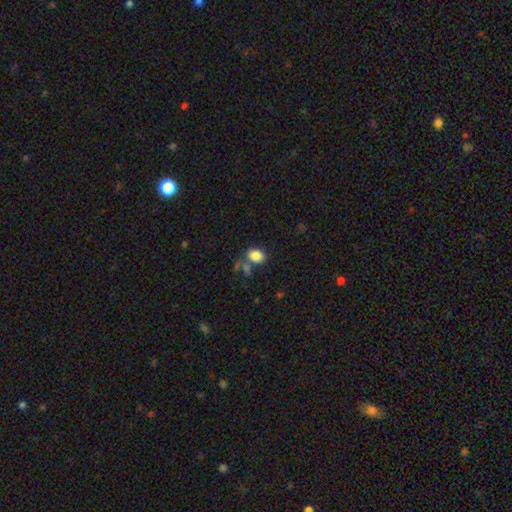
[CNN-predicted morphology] The model was most divided on "merging": none: 63%, merger: 18%, minor disturbance: 13%, major disturbance: 5%. More confident: smooth or featured — smooth (85%); how rounded — in between (76%).